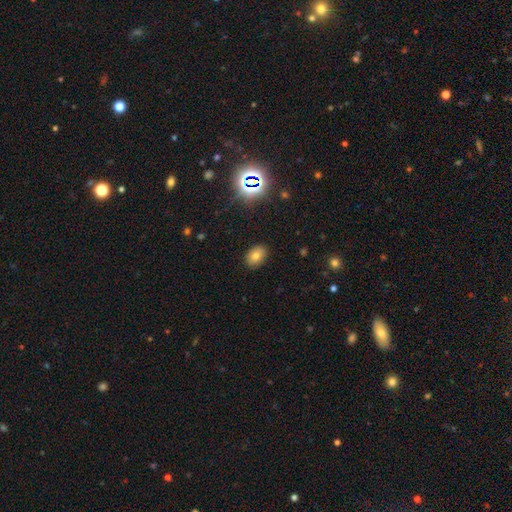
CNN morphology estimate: Smooth or featured? Predicted: smooth (p=0.74). How rounded? Predicted: in between (p=0.77). Merging? Predicted: none (p=0.87).